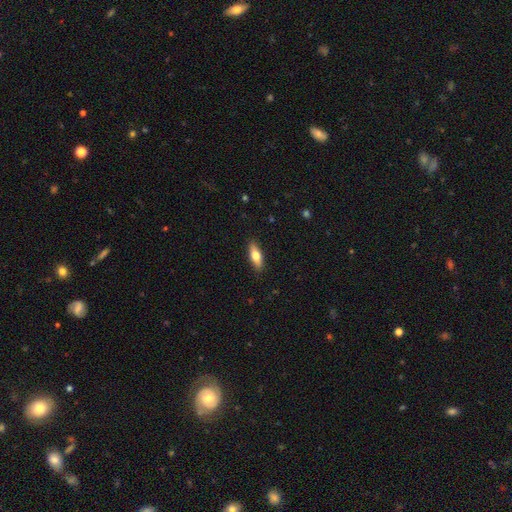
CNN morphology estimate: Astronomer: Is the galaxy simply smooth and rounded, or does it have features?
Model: smooth — 66%.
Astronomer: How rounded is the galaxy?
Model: in between — 59% (runner-up: cigar-shaped, 39%).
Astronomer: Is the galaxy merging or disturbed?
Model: none — 88%.